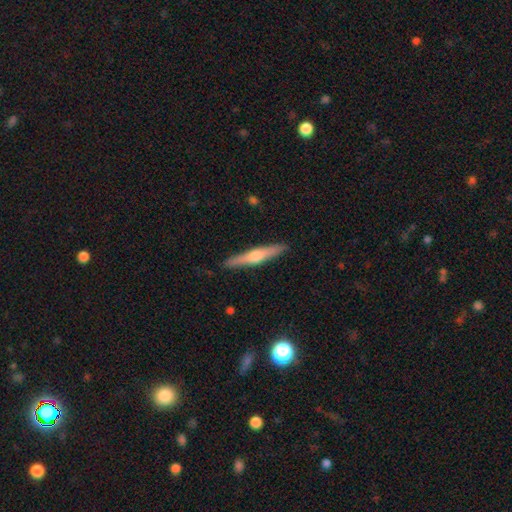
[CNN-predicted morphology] This is likely a featured or disk galaxy (61%). It is clearly viewed edge-on (97%). Edge-on bulge: clearly rounded (87%). Merging: clearly none (91%).